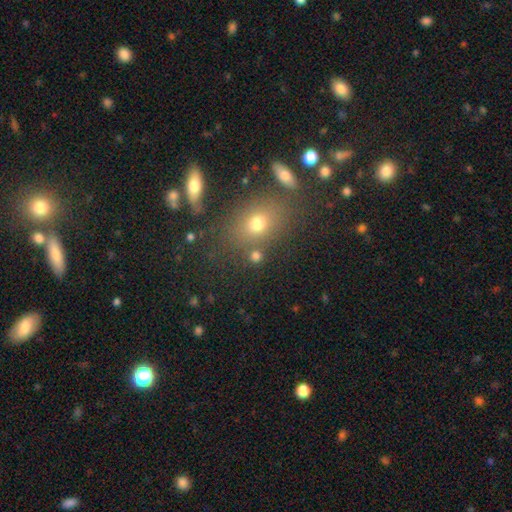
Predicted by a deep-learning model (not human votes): A smooth galaxy with no disk features (71%) that is round (74%). Merging: none (75%).